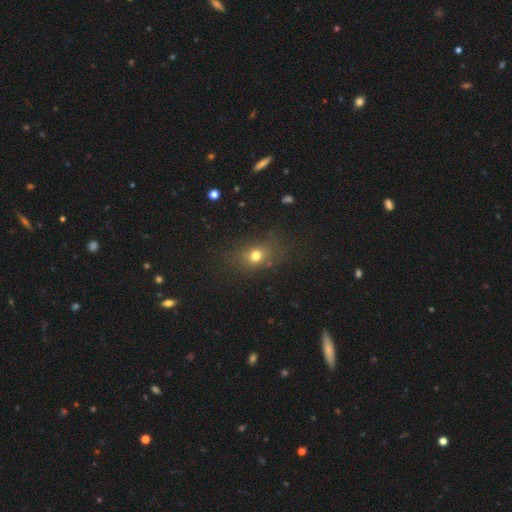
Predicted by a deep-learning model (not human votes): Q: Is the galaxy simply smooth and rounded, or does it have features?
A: smooth — 71%.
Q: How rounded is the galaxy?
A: round — 51%.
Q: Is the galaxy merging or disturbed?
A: none — 76%.